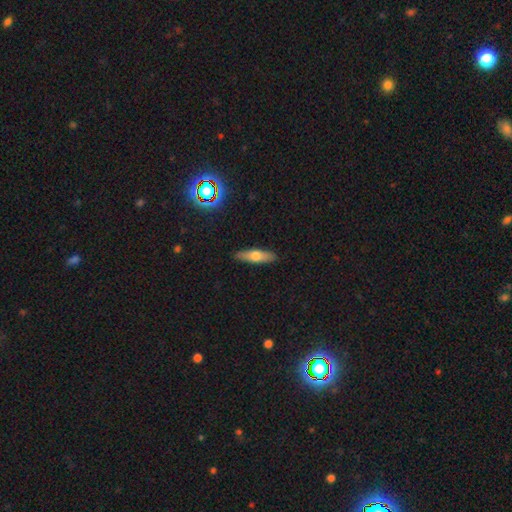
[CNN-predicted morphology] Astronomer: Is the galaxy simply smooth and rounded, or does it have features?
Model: smooth — 58% (runner-up: featured or disk, 35%).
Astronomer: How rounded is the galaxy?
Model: cigar-shaped — 62%.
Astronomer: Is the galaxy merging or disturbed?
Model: none — 89%.